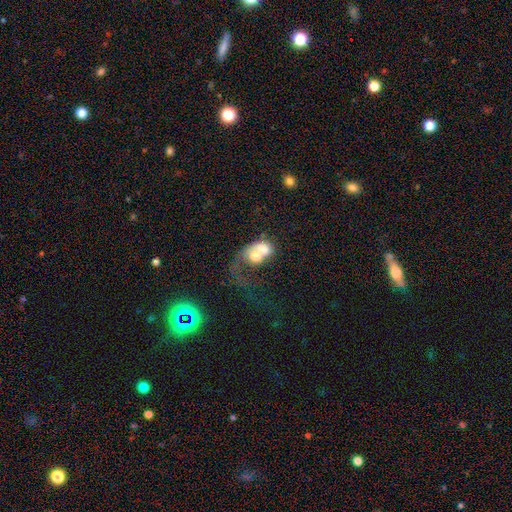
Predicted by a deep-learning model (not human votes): A smooth galaxy with no disk features (56%) that is round (50%).

Vote fractions:
- Smooth or featured? smooth: 56% / featured or disk: 35% / star or artifact: 9%
- How rounded? round: 50% / in between: 49% / cigar-shaped: 1%
- Merging? merger: 76% / major disturbance: 11% / none: 9% / minor disturbance: 5%